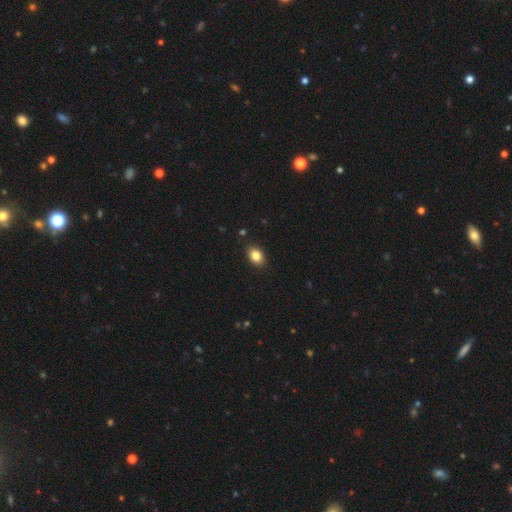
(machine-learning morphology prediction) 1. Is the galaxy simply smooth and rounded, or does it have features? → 85% smooth, 9% star or artifact, 6% featured or disk.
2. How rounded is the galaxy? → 75% in between, 24% round, 1% cigar-shaped.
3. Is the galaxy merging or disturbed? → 88% none, 9% minor disturbance, 2% major disturbance, 1% merger.